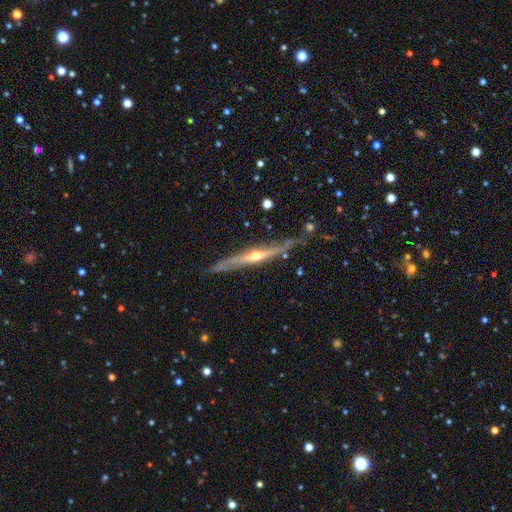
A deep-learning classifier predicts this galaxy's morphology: smooth_or_featured: featured or disk (p=0.79) [alt: smooth p=0.16]
disk_edge_on: yes (p=0.94) [alt: no p=0.06]
edge_on_bulge: rounded (p=0.82) [alt: none p=0.15]
merging: none (p=0.74) [alt: minor disturbance p=0.18]